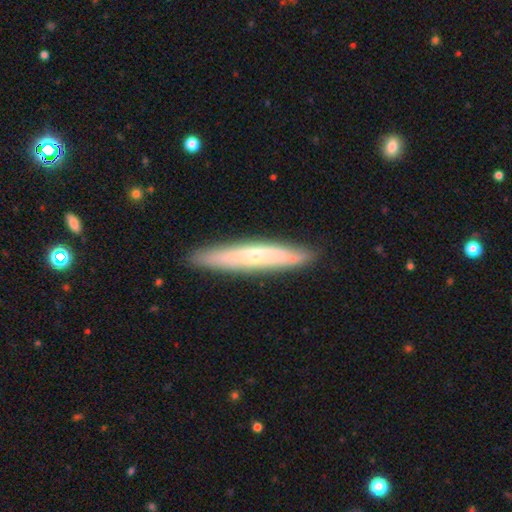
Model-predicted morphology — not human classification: Smooth or featured: featured or disk — 51% (smooth — 43%)
Edge-on disk: yes — 80% (no — 20%)
Merging: none — 89% (minor disturbance — 9%)